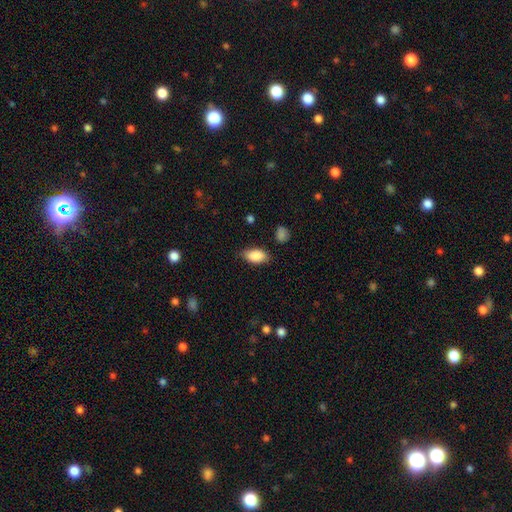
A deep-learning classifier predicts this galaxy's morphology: Smooth or featured? smooth (87%)
How rounded? in between (91%)
Merging? none (79%)